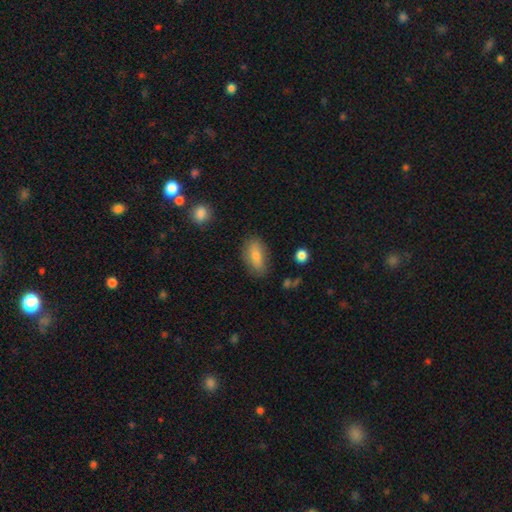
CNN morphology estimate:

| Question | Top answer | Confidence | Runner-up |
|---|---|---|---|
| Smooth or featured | smooth | 75% | featured or disk (17%) |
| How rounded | in between | 86% | cigar-shaped (9%) |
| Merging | none | 78% | minor disturbance (16%) |